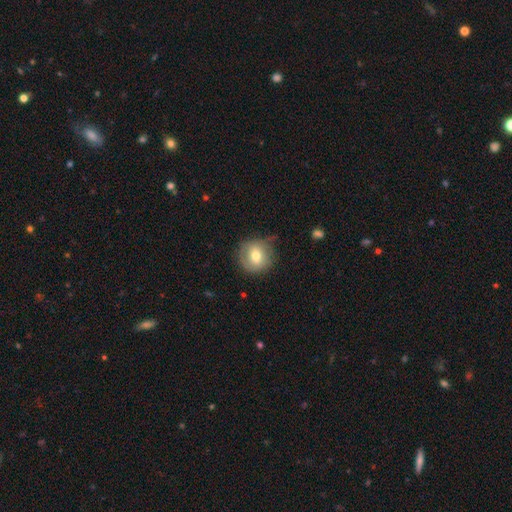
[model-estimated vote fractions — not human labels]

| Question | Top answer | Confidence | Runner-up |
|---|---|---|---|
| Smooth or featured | smooth | 69% | featured or disk (23%) |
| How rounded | round | 89% | in between (10%) |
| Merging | none | 71% | minor disturbance (21%) |